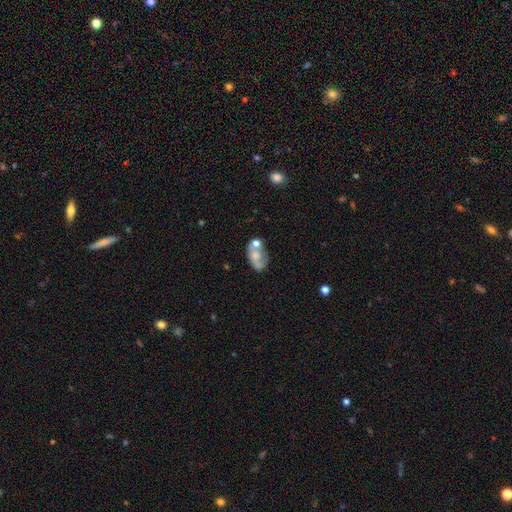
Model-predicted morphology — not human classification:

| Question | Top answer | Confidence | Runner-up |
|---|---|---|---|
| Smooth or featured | smooth | 50% | featured or disk (41%) |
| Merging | merger | 36% | none (31%) |